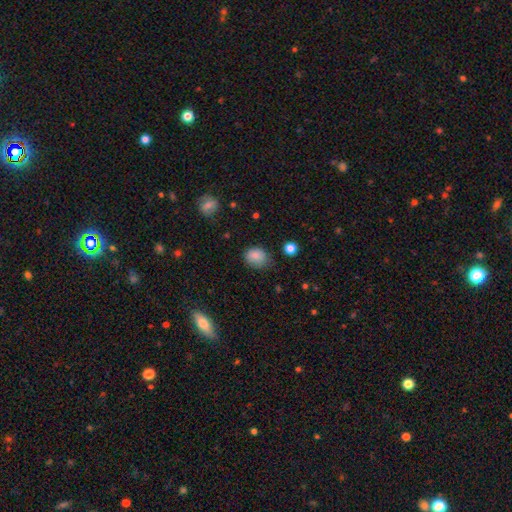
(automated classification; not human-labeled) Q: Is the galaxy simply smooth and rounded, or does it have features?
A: smooth — 82%.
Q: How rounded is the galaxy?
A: round — 58%.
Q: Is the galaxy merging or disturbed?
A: none — 67%.